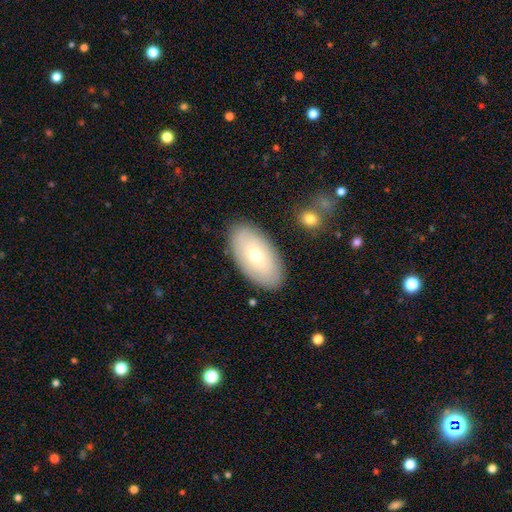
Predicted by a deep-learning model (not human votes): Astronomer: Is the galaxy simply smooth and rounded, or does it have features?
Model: smooth — 67%.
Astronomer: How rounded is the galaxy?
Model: in between — 95%.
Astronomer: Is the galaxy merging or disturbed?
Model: none — 86%.